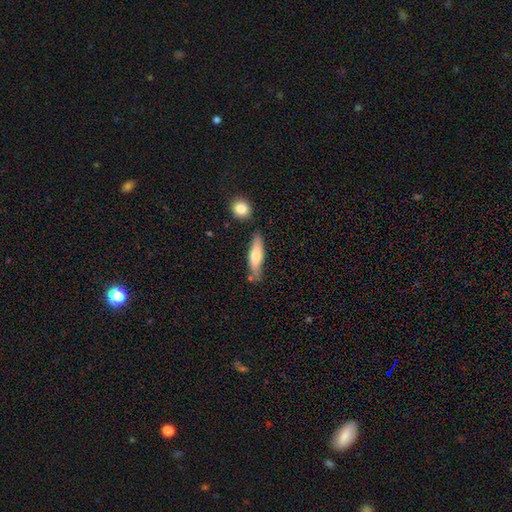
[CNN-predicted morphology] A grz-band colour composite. It shows a smooth galaxy with no disk features (63%) that is cigar-shaped (62%). Merging: none (71%).